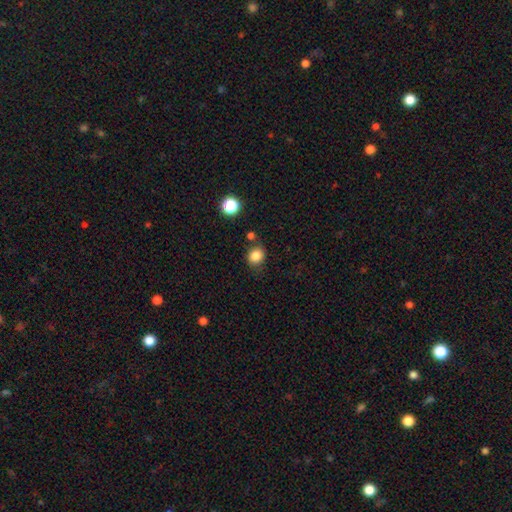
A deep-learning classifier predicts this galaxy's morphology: Smooth or featured? Predicted: smooth (p=0.84). How rounded? Predicted: round (p=0.70). Merging? Predicted: none (p=0.74).